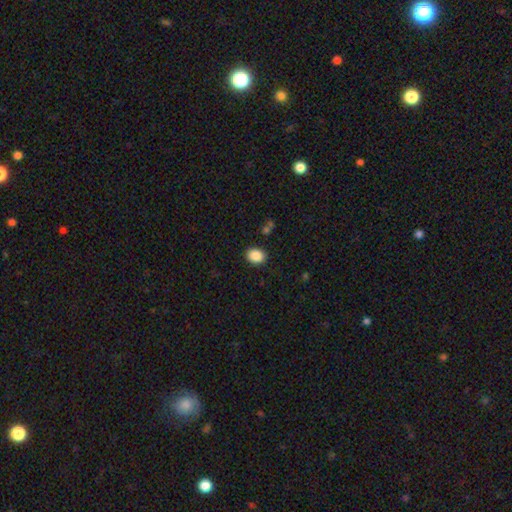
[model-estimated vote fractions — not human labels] smooth 88%, star or artifact 8%, featured or disk 3%. Down the decision tree: how rounded — in between (56%); merging — none (88%).